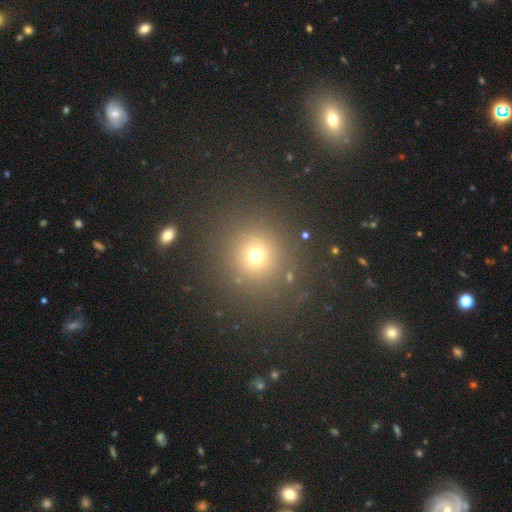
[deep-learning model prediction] Morphology: type=smooth (70%); roundness=round (92%); merging=none (86%).